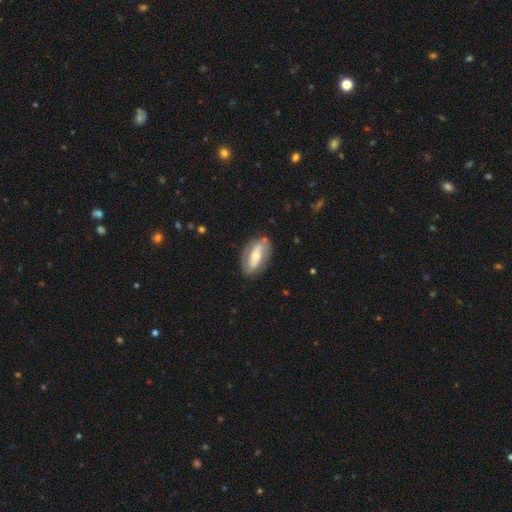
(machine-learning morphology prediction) Smooth or featured?
  - featured or disk: 61% *
  - smooth: 34%
  - star or artifact: 5%
Edge-on disk?
  - no: 85% *
  - yes: 15%
Bar?
  - strong: 44% *
  - no: 30%
  - weak: 26%
Spiral arms?
  - yes: 55% *
  - no: 45%
Bulge size?
  - moderate: 62% *
  - small: 31%
  - large: 5%
  - none: 1%
  - dominant: 1%
Merging?
  - none: 80% *
  - minor disturbance: 14%
  - major disturbance: 4%
  - merger: 2%